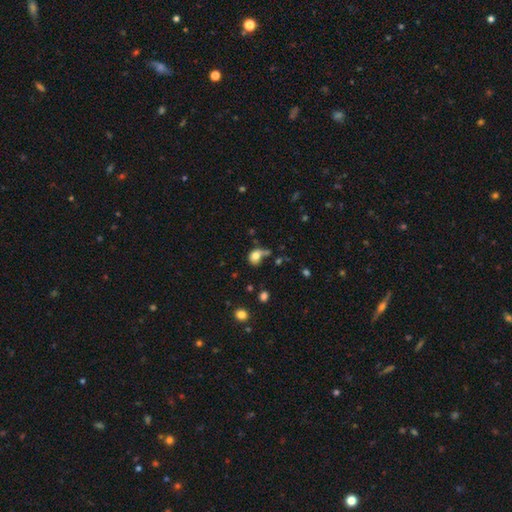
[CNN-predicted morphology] Q: Smooth or featured?
A: smooth (77%); runner-up: featured or disk (12%)
Q: How rounded?
A: round (55%); runner-up: in between (43%)
Q: Merging?
A: none (40%); runner-up: merger (22%)